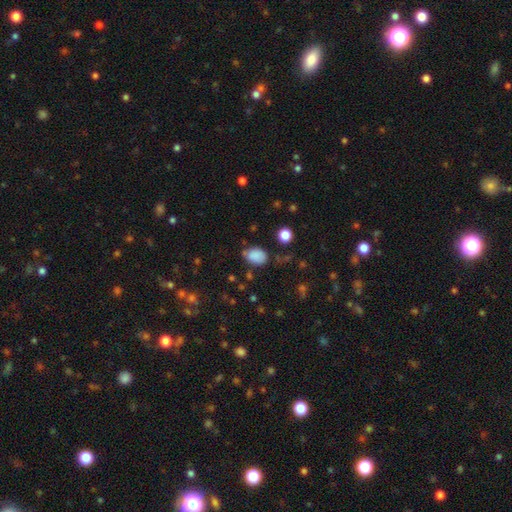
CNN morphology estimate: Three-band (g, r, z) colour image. It shows a smooth galaxy with no disk features (84%) that is in between round and cigar-shaped (73%). Merging: none (68%).